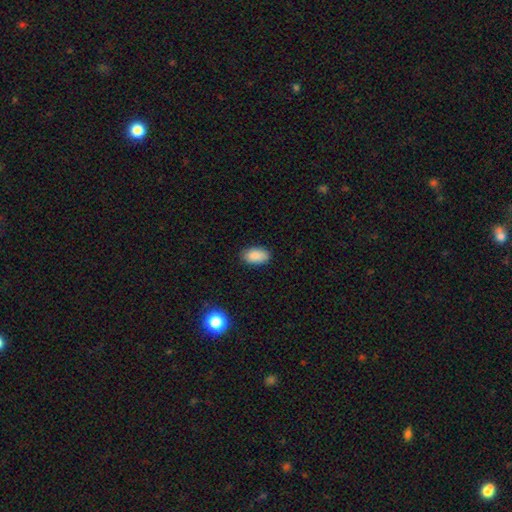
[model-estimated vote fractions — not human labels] The model was most divided on "merging": none: 87%, minor disturbance: 10%, major disturbance: 2%, merger: 1%. More confident: how rounded — in between (93%); smooth or featured — smooth (89%).